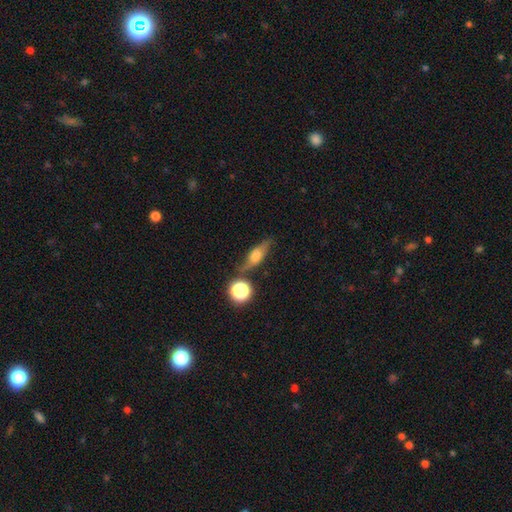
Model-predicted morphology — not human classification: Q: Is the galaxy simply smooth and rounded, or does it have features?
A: featured or disk — 46%.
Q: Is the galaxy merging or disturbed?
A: none — 67%.